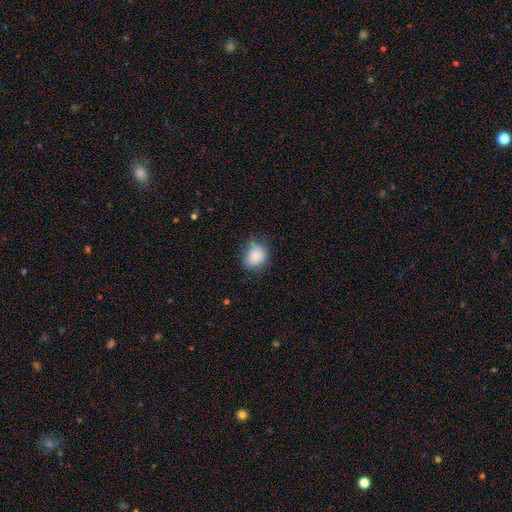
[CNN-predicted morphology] Smooth or featured? smooth (84%)
How rounded? round (50%)
Merging? none (62%)